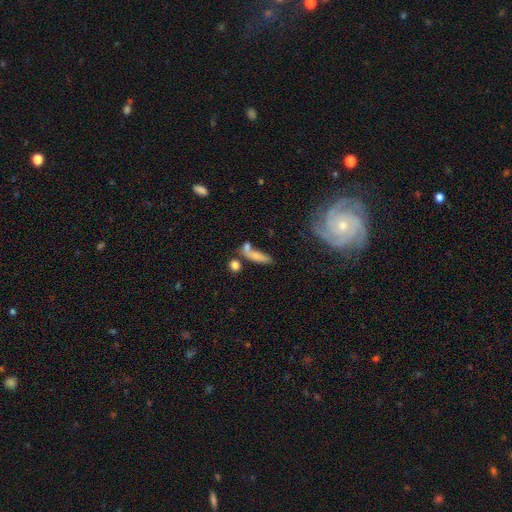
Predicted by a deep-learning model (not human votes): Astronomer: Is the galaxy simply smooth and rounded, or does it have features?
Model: smooth — 72%.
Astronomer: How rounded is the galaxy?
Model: cigar-shaped — 52% (runner-up: in between, 41%).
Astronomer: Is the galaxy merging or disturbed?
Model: none — 43% (runner-up: merger, 34%).